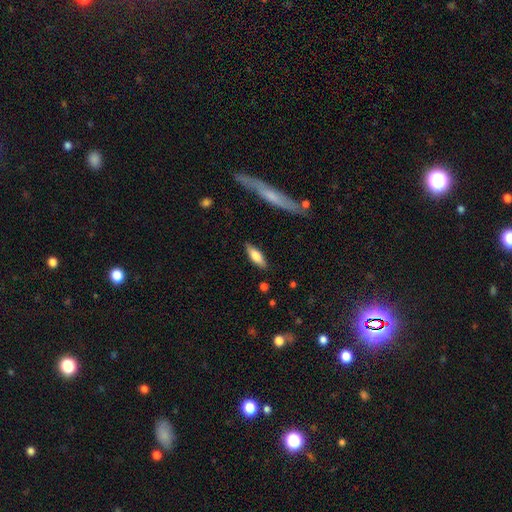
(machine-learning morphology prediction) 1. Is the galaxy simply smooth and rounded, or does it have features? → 67% smooth, 27% featured or disk, 6% star or artifact.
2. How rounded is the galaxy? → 57% in between, 41% cigar-shaped, 2% round.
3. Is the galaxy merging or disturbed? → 86% none, 10% minor disturbance, 2% major disturbance, 2% merger.